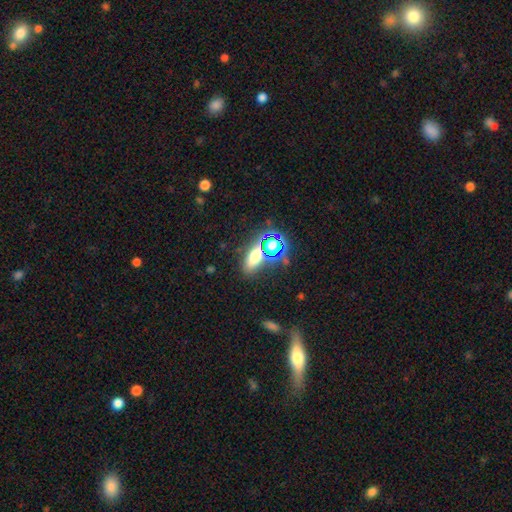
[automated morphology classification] Smooth or featured: smooth — 56% (star or artifact — 33%)
How rounded: in between — 69% (round — 19%)
Merging: none — 72% (merger — 12%)